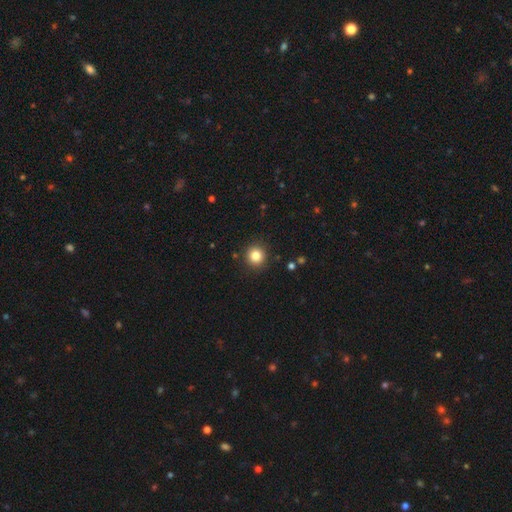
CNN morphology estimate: type=smooth (83%); roundness=round (93%); merging=none (91%).